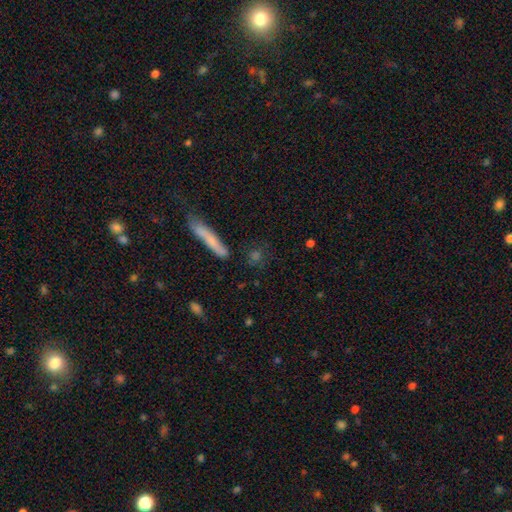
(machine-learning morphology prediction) Smooth or featured? smooth (66%)
How rounded? cigar-shaped (59%)
Merging? none (72%)